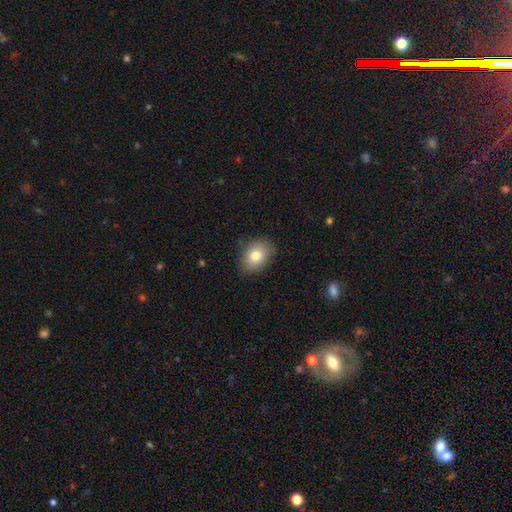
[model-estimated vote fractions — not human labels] Overall: smooth (81%). How rounded: in between (72%). Merging: none (86%).